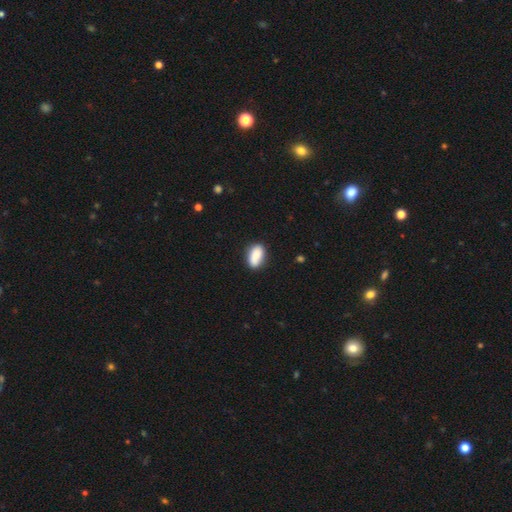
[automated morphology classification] smooth 87%, star or artifact 7%, featured or disk 6%. Down the decision tree: how rounded — in between (90%); merging — none (79%).